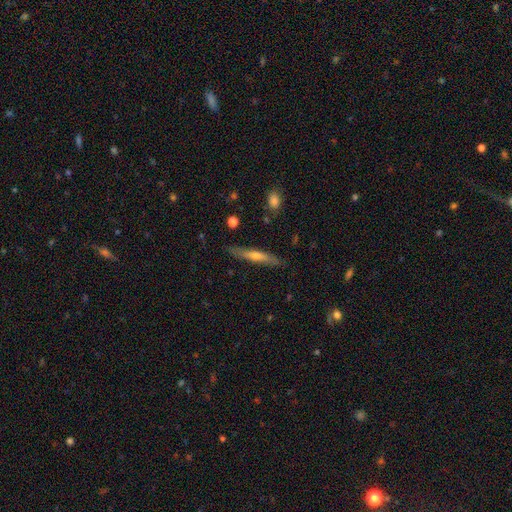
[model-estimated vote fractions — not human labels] smooth_or_featured: featured or disk (p=0.49) [alt: smooth p=0.44]
merging: none (p=0.86) [alt: minor disturbance p=0.11]